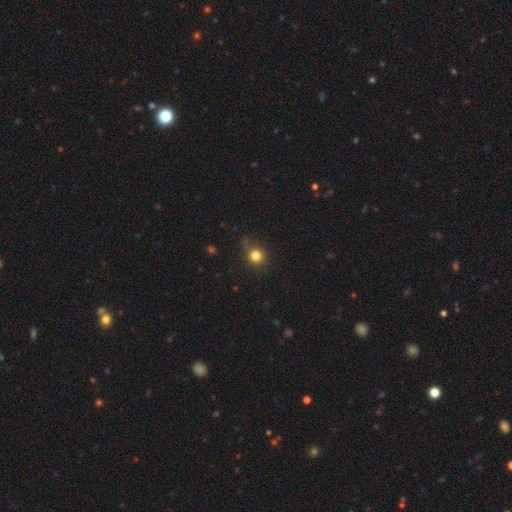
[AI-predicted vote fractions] Q: Smooth or featured?
A: smooth (81%); runner-up: star or artifact (13%)
Q: How rounded?
A: round (87%); runner-up: in between (12%)
Q: Merging?
A: none (80%); runner-up: minor disturbance (13%)